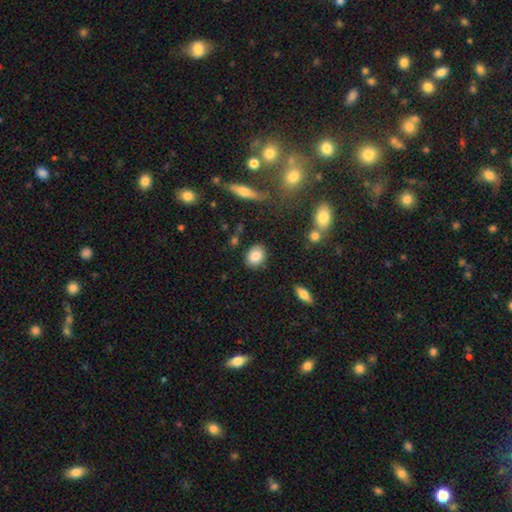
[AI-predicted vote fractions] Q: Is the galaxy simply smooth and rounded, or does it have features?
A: smooth — 83%.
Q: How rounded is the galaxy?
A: in between — 56%.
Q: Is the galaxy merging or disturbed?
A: none — 86%.